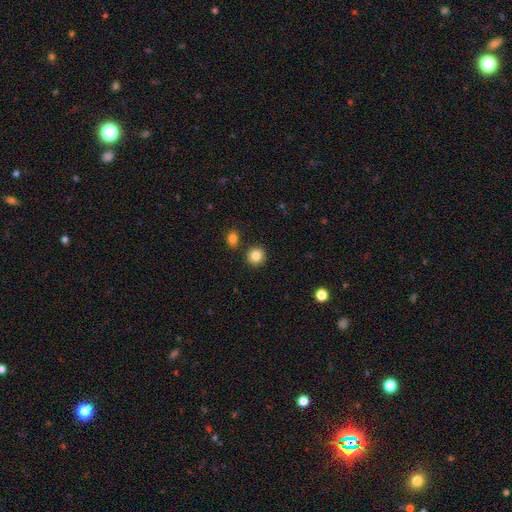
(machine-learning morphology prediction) A smooth galaxy with no disk features (85%) that is round (93%).

Vote fractions:
- Smooth or featured? smooth: 85% / star or artifact: 10% / featured or disk: 5%
- How rounded? round: 93% / in between: 6% / cigar-shaped: 1%
- Merging? none: 87% / minor disturbance: 6% / merger: 5% / major disturbance: 2%